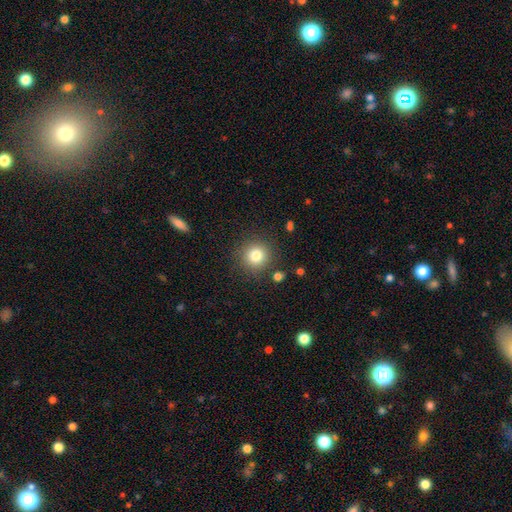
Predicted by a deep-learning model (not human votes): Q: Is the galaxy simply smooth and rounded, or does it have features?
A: smooth — 81%.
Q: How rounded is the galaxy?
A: round — 93%.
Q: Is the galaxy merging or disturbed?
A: none — 86%.